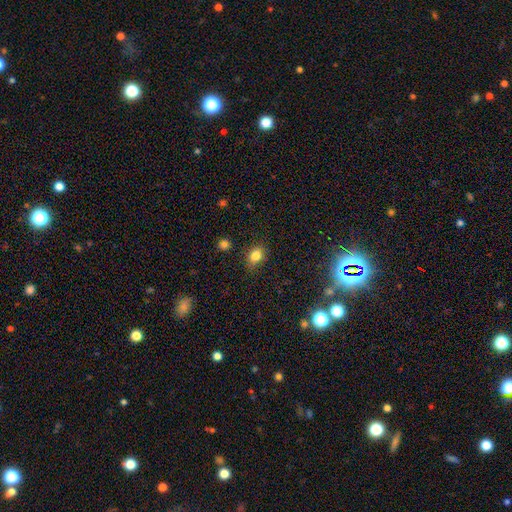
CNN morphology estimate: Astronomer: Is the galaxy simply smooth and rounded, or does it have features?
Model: smooth — 81%.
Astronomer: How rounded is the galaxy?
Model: in between — 62% (runner-up: round, 37%).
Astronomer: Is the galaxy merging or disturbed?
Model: none — 77%.